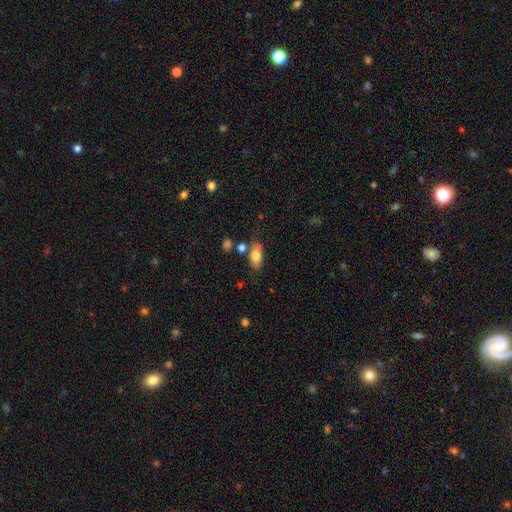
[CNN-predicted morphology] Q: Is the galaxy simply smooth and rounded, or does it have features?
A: smooth — 77%.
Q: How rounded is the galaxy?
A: in between — 87%.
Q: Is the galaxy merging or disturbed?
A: none — 65%.